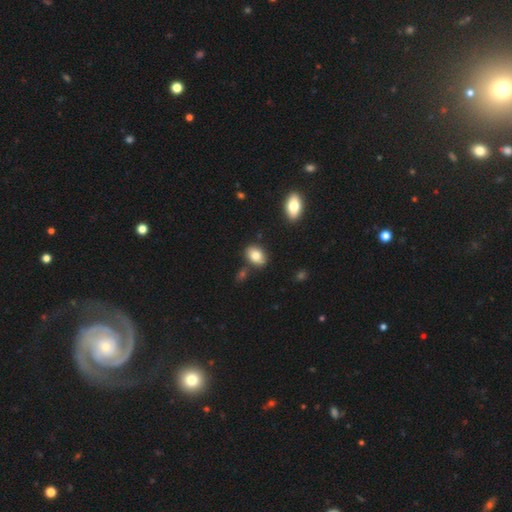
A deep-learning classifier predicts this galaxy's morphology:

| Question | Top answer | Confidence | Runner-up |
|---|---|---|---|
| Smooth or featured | smooth | 81% | featured or disk (11%) |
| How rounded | in between | 84% | round (15%) |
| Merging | none | 81% | minor disturbance (11%) |